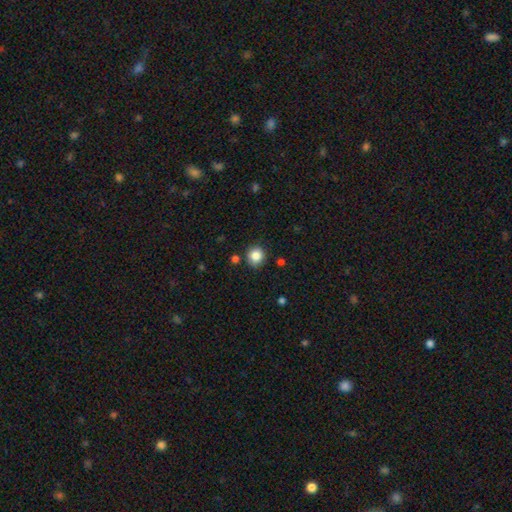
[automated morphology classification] A smooth galaxy with no disk features (84%) that is round (90%).

Vote fractions:
- Smooth or featured? smooth: 84% / star or artifact: 10% / featured or disk: 5%
- How rounded? round: 90% / in between: 9% / cigar-shaped: 1%
- Merging? none: 86% / minor disturbance: 9% / merger: 3% / major disturbance: 2%